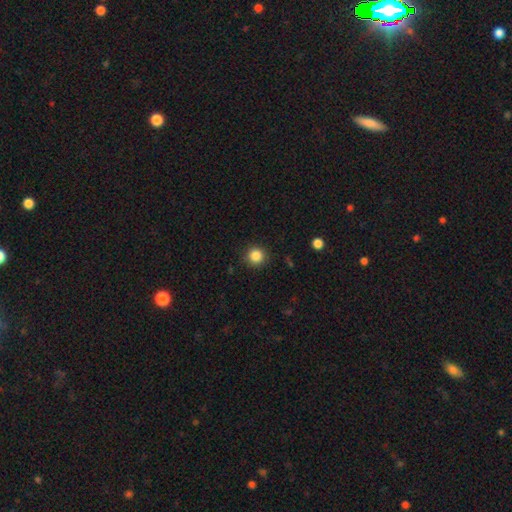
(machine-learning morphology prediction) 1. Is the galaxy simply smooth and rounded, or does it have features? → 86% smooth, 11% star or artifact, 4% featured or disk.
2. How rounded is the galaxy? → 95% round, 4% in between, 1% cigar-shaped.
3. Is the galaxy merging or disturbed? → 91% none, 6% minor disturbance, 2% major disturbance, 1% merger.